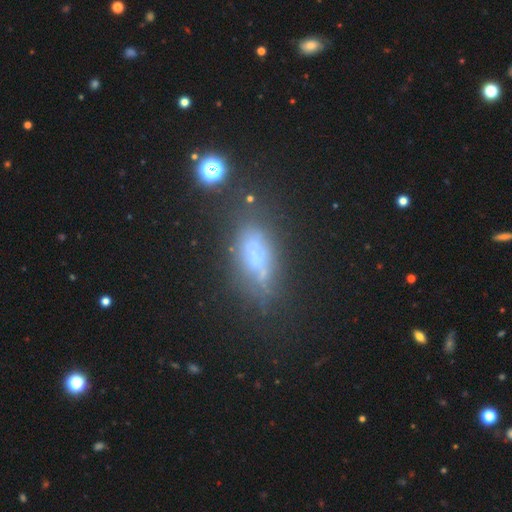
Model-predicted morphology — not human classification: Smooth or featured? featured or disk (41%, tied with smooth)
Merging? none (51%)